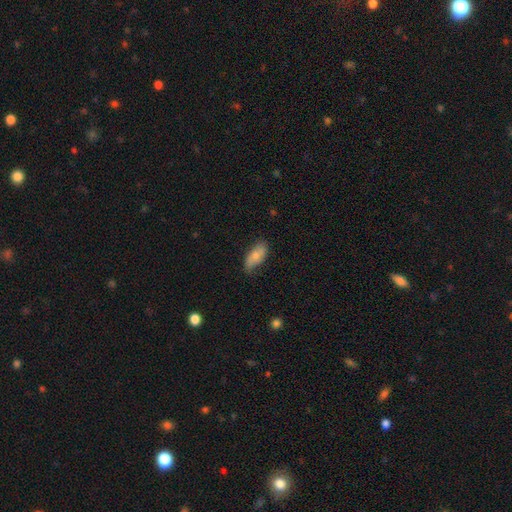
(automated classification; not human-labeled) Q: Smooth or featured?
A: smooth (70%); runner-up: featured or disk (23%)
Q: How rounded?
A: in between (88%); runner-up: cigar-shaped (10%)
Q: Merging?
A: none (64%); runner-up: minor disturbance (29%)